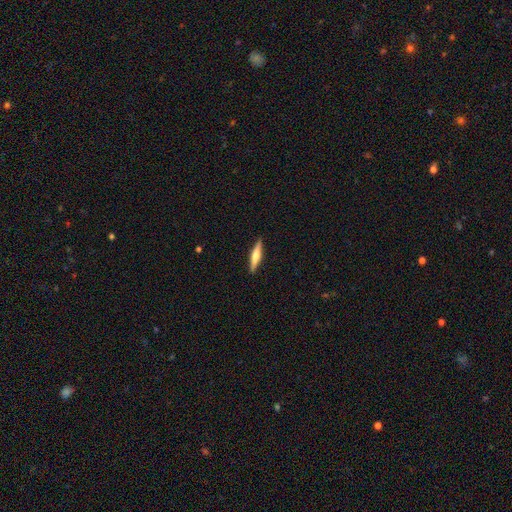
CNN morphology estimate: Overall: featured or disk (49%; smooth 46%). Merging: none (91%).